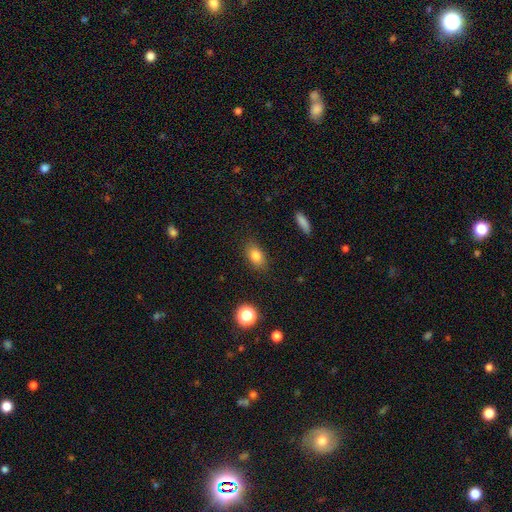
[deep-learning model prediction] Smooth or featured?
  - smooth: 82% *
  - star or artifact: 10%
  - featured or disk: 8%
How rounded?
  - in between: 85% *
  - round: 12%
  - cigar-shaped: 3%
Merging?
  - none: 84% *
  - minor disturbance: 11%
  - major disturbance: 3%
  - merger: 1%